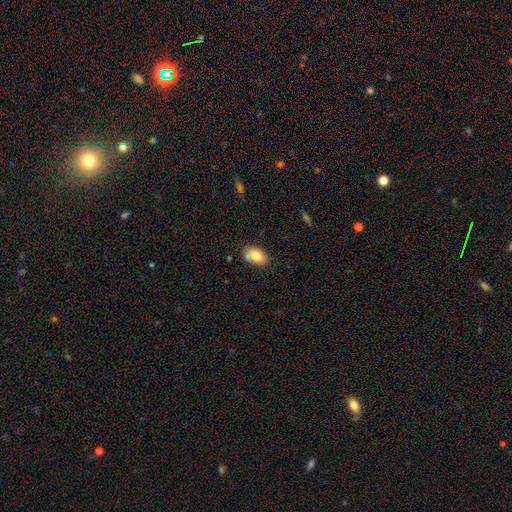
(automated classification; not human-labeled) Q: Smooth or featured?
A: smooth (78%); runner-up: featured or disk (14%)
Q: How rounded?
A: in between (87%); runner-up: round (12%)
Q: Merging?
A: none (61%); runner-up: merger (18%)